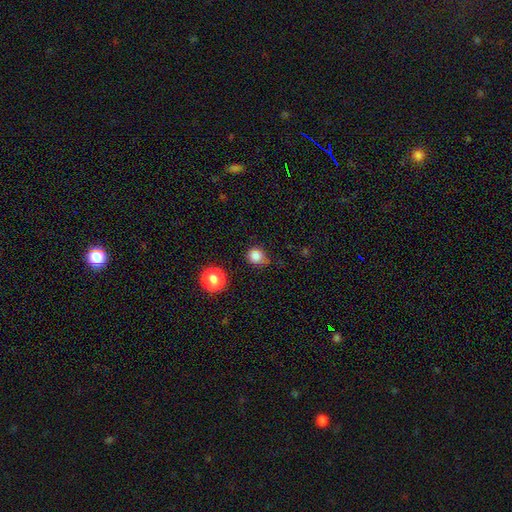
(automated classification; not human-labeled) Morphology: type=smooth (80%); roundness=round (79%); merging=none (66%).